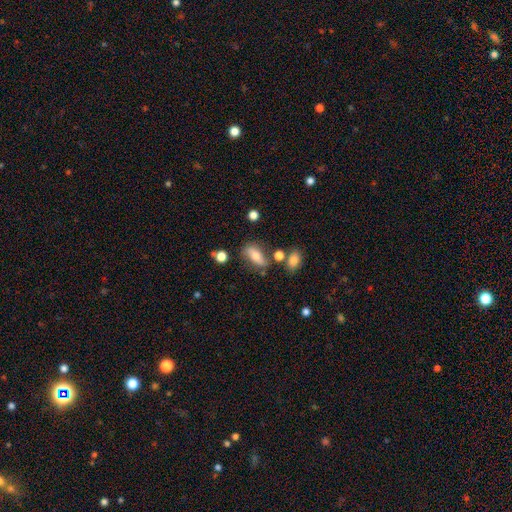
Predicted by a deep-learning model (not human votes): Smooth or featured: smooth — 62% (featured or disk — 28%)
How rounded: in between — 74% (cigar-shaped — 19%)
Merging: none — 65% (minor disturbance — 19%)